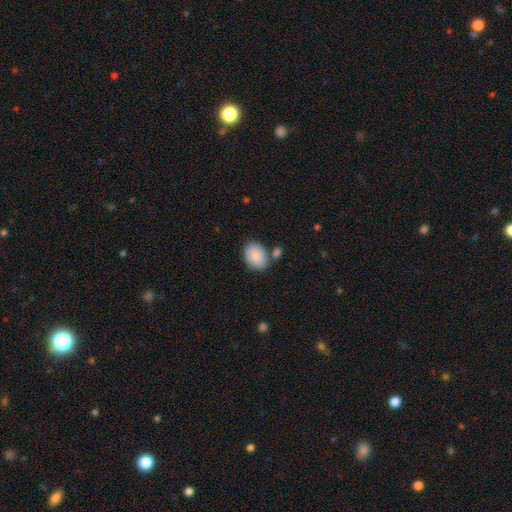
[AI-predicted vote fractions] smooth-or-featured: smooth: 87% | featured or disk: 7% | star or artifact: 6%
  how-rounded: in between: 79% | round: 20% | cigar-shaped: 1%
  merging: none: 70% | minor disturbance: 15% | merger: 11% | major disturbance: 4%